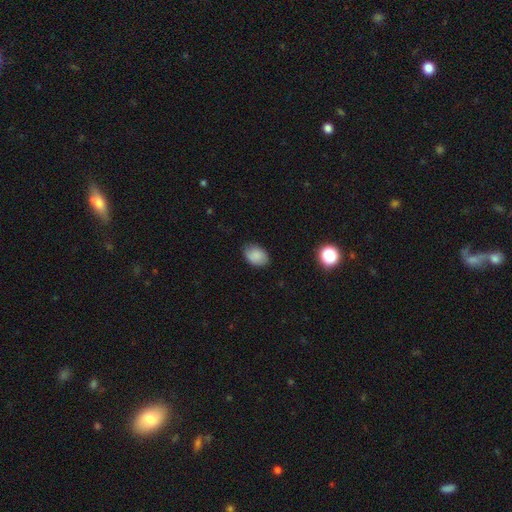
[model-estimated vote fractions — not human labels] smooth 86%, star or artifact 8%, featured or disk 5%. Down the decision tree: how rounded — in between (79%); merging — none (79%).